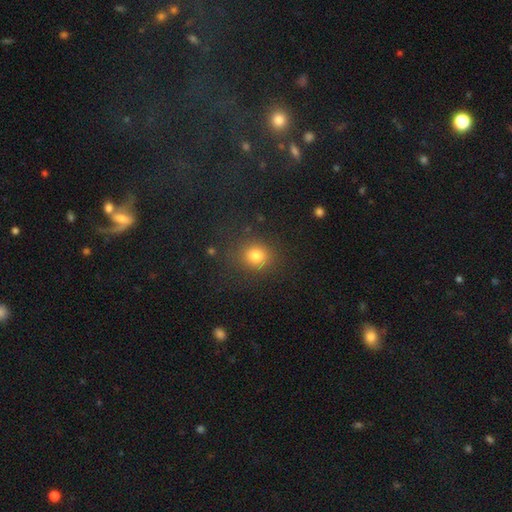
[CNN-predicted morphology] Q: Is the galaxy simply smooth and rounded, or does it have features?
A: smooth — 80%.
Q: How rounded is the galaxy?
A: round — 78%.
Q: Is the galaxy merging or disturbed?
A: none — 81%.